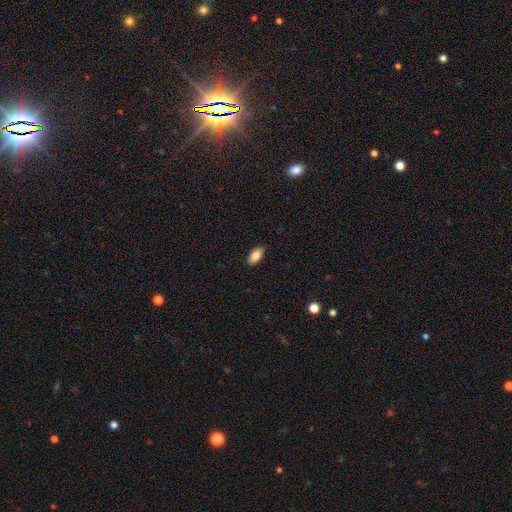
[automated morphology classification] The model was most divided on "smooth or featured": smooth: 85%, featured or disk: 8%, star or artifact: 7%. More confident: how rounded — in between (92%); merging — none (88%).